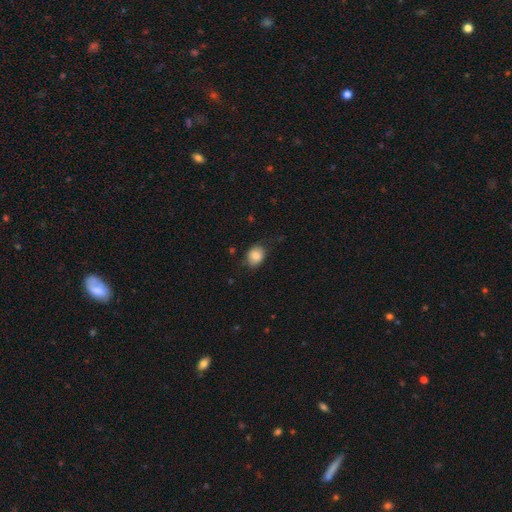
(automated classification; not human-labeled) Smooth or featured: smooth — 82% (star or artifact — 9%)
How rounded: in between — 50% (round — 49%)
Merging: none — 75% (minor disturbance — 19%)